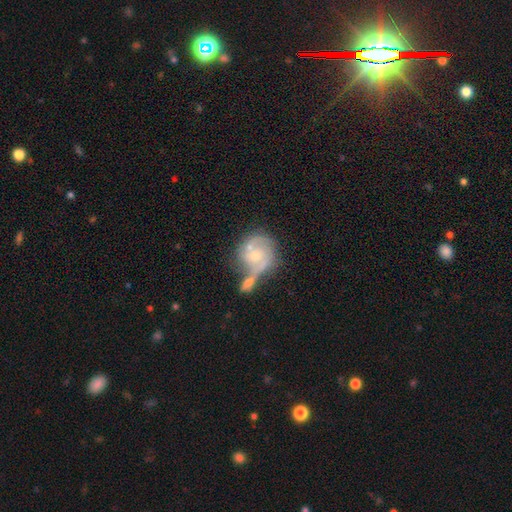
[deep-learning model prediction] Smooth or featured?
  - featured or disk: 71% *
  - smooth: 22%
  - star or artifact: 7%
Edge-on disk?
  - no: 97% *
  - yes: 3%
Bar?
  - no: 65% *
  - weak: 30%
  - strong: 5%
Spiral arms?
  - yes: 87% *
  - no: 13%
Spiral winding?
  - medium: 45% *
  - tight: 35%
  - loose: 20%
Spiral arm count?
  - 2: 63% *
  - can't tell: 17%
  - 3: 9%
  - 1: 6%
  - 4: 2%
  - more than 4: 2%
Bulge size?
  - small: 49% *
  - moderate: 43%
  - none: 5%
  - large: 3%
  - dominant: 1%
Merging?
  - merger: 41% *
  - none: 31%
  - minor disturbance: 16%
  - major disturbance: 12%